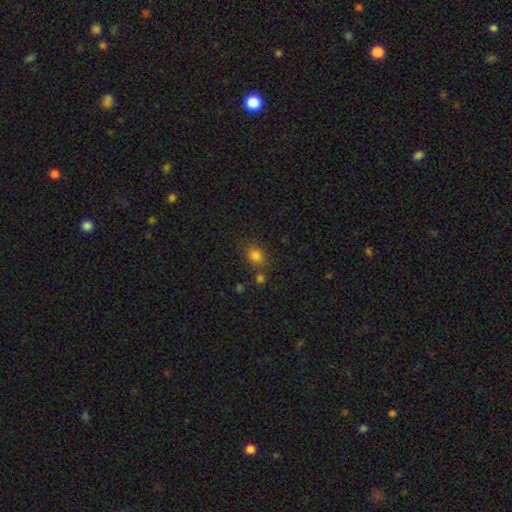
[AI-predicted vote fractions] This is clearly a smooth galaxy (81%). How rounded: possibly round (55%). Merging: likely none (69%).